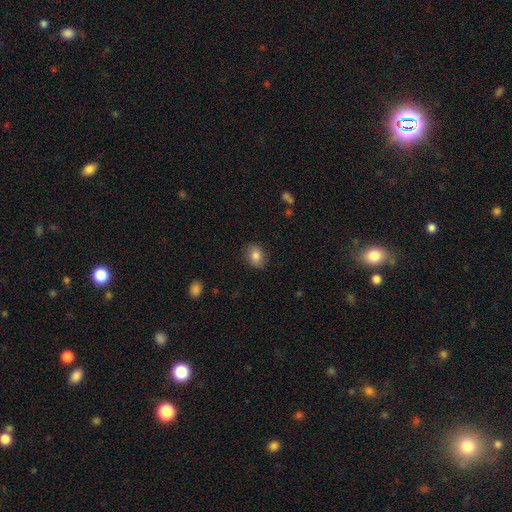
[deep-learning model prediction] A smooth galaxy with no disk features (82%) that is in between round and cigar-shaped (54%).

Vote fractions:
- Smooth or featured? smooth: 82% / star or artifact: 9% / featured or disk: 9%
- How rounded? in between: 54% / round: 45% / cigar-shaped: 1%
- Merging? none: 86% / minor disturbance: 10% / major disturbance: 3% / merger: 1%